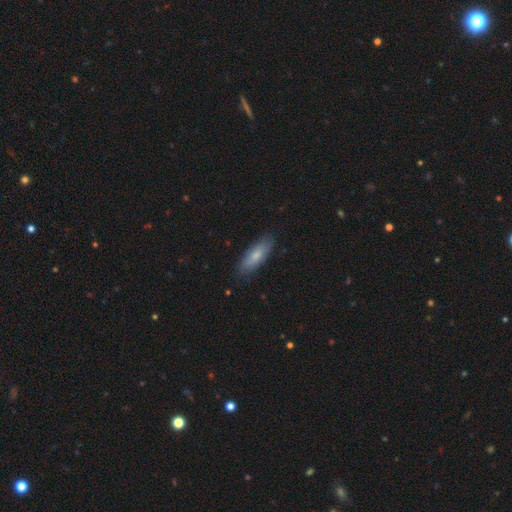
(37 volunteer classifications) smooth-or-featured: smooth: 81% | featured or disk: 14% | star or artifact: 5%
  how-rounded: in between: 63% | cigar-shaped: 37% | round: 0%
  merging: none: 94% | minor disturbance: 3% | merger: 3% | major disturbance: 0%